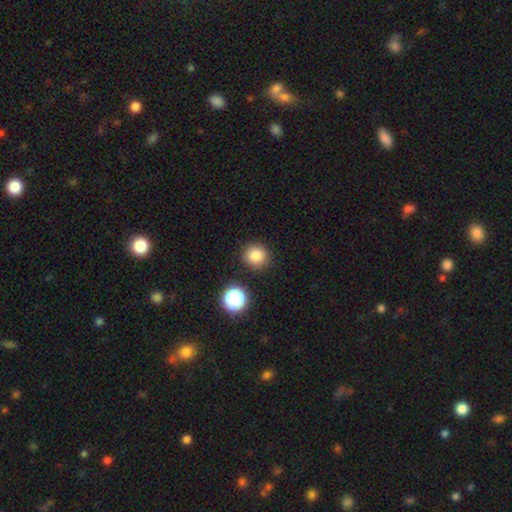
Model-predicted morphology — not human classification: This is clearly a smooth galaxy (83%). How rounded: clearly round (91%). Merging: clearly none (87%).